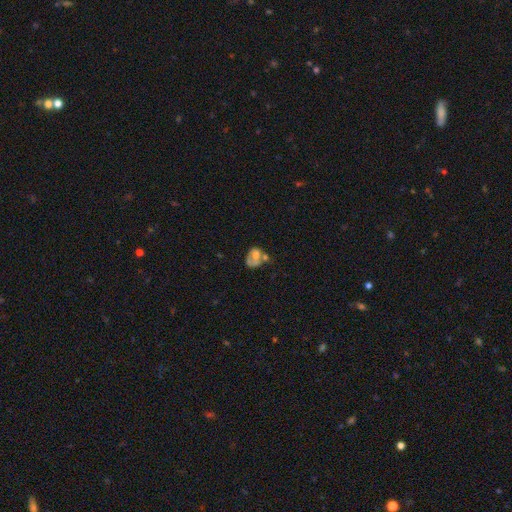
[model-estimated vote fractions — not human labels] smooth 45%, featured or disk 44%, star or artifact 11%. Down the decision tree: merging — merger (41%).